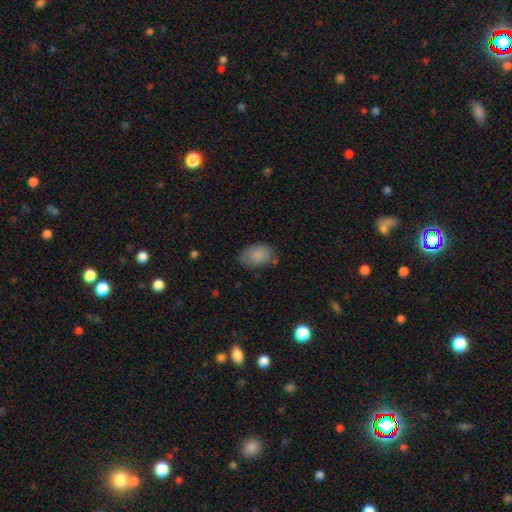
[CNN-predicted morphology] Overall: smooth (86%). How rounded: in between (86%). Merging: none (68%).